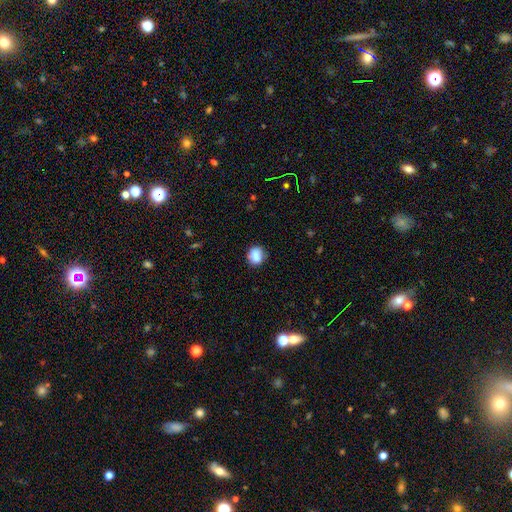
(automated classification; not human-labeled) Q: Smooth or featured?
A: smooth (83%); runner-up: star or artifact (9%)
Q: How rounded?
A: round (65%); runner-up: in between (34%)
Q: Merging?
A: none (76%); runner-up: minor disturbance (18%)